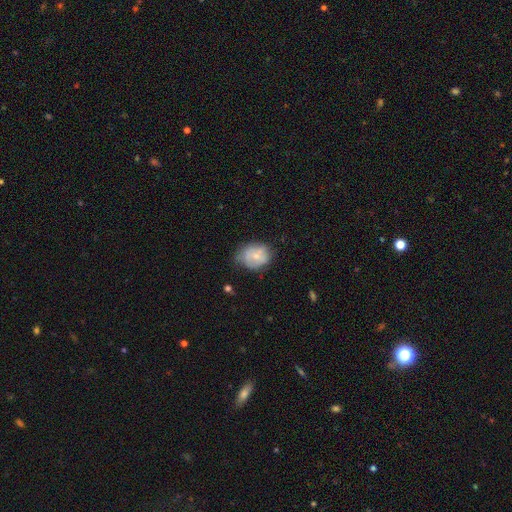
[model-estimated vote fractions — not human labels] Q: Smooth or featured?
A: smooth (59%); runner-up: featured or disk (33%)
Q: How rounded?
A: round (50%); runner-up: in between (49%)
Q: Merging?
A: none (47%); runner-up: minor disturbance (35%)